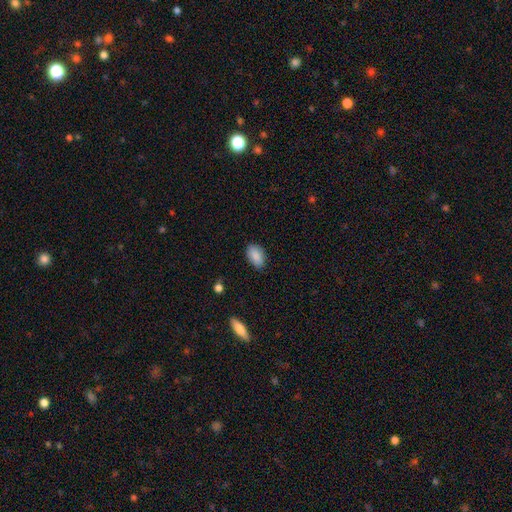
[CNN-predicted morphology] smooth-or-featured: smooth: 89% | star or artifact: 7% | featured or disk: 4%
  how-rounded: in between: 90% | round: 8% | cigar-shaped: 2%
  merging: none: 82% | minor disturbance: 14% | major disturbance: 3% | merger: 1%